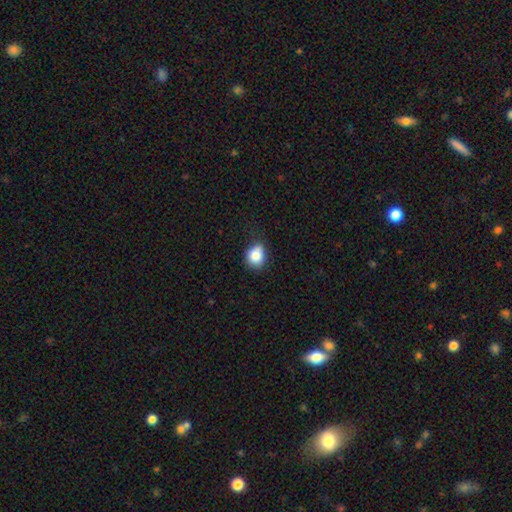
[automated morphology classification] A smooth galaxy with no disk features (82%) that is round (66%).

Vote fractions:
- Smooth or featured? smooth: 82% / star or artifact: 11% / featured or disk: 8%
- How rounded? round: 66% / in between: 33% / cigar-shaped: 1%
- Merging? none: 68% / minor disturbance: 25% / major disturbance: 5% / merger: 2%